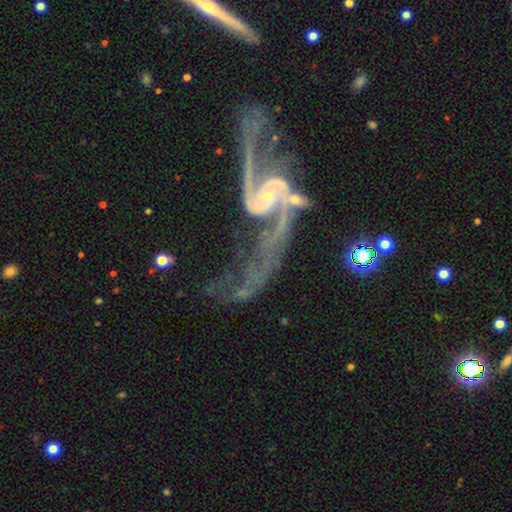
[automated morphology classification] A featured or disk galaxy (91%) with no bar (51%), 2 (90%) loose (71%) spiral arms (96%) and a small central bulge (77%).

Vote fractions:
- Smooth or featured? featured or disk: 91% / star or artifact: 6% / smooth: 3%
- Edge-on disk? no: 96% / yes: 4%
- Bar? no: 51% / weak: 33% / strong: 16%
- Spiral arms? yes: 96% / no: 4%
- Spiral winding? loose: 71% / medium: 22% / tight: 7%
- Spiral arm count? 2: 90% / can't tell: 3% / 1: 2% / 3: 2% / 4: 2% / more than 4: 2%
- Bulge size? small: 77% / moderate: 15% / none: 5% / large: 1% / dominant: 1%
- Merging? none: 39% / major disturbance: 30% / minor disturbance: 16% / merger: 15%